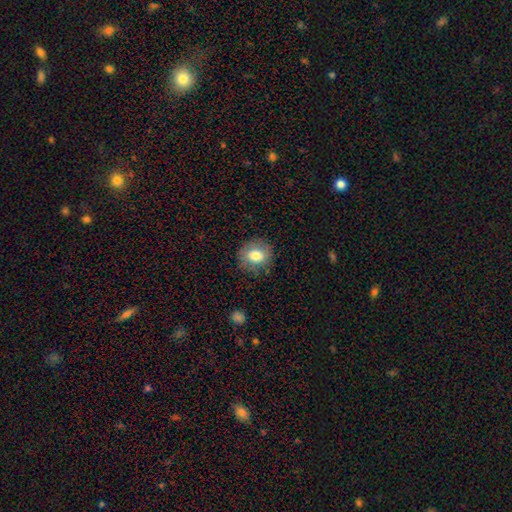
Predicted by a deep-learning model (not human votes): This is likely a smooth galaxy (78%). How rounded: clearly round (82%). Merging: clearly none (82%).